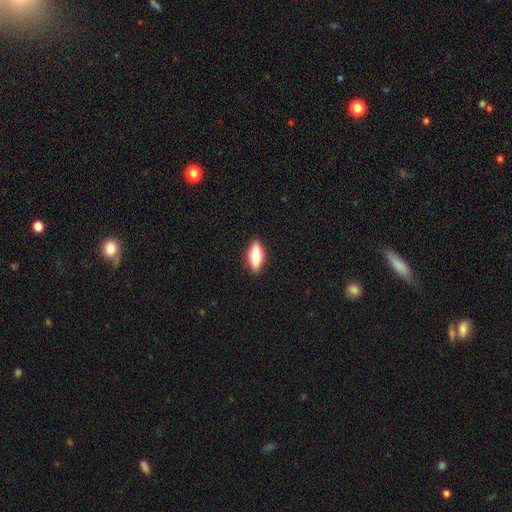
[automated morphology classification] Smooth or featured? smooth (73%)
How rounded? in between (73%)
Merging? none (89%)